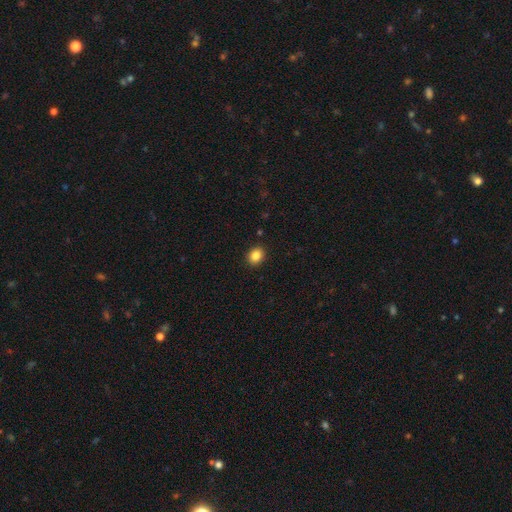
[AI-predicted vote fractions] The model was most divided on "how rounded": round: 53%, in between: 46%, cigar-shaped: 1%. More confident: merging — none (90%); smooth or featured — smooth (86%).